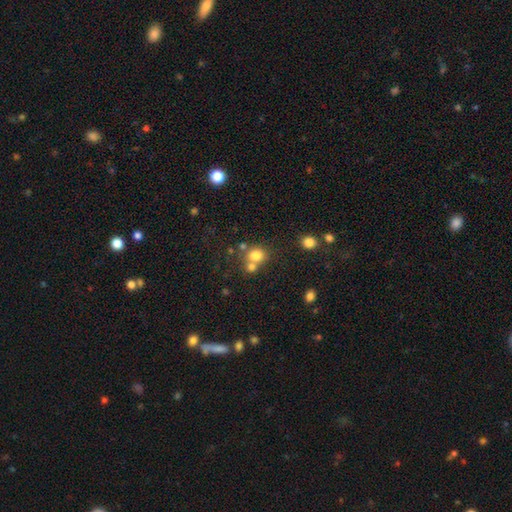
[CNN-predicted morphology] Overall: smooth (77%). How rounded: round (78%). Merging: none (49%; merger 39%).